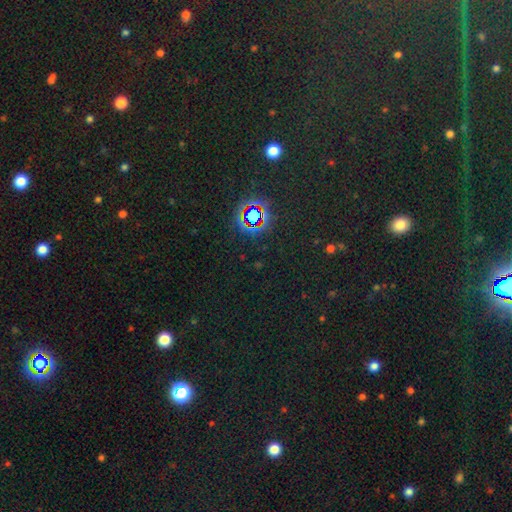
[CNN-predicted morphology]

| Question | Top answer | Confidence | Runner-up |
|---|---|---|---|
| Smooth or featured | star or artifact | 77% | smooth (16%) |